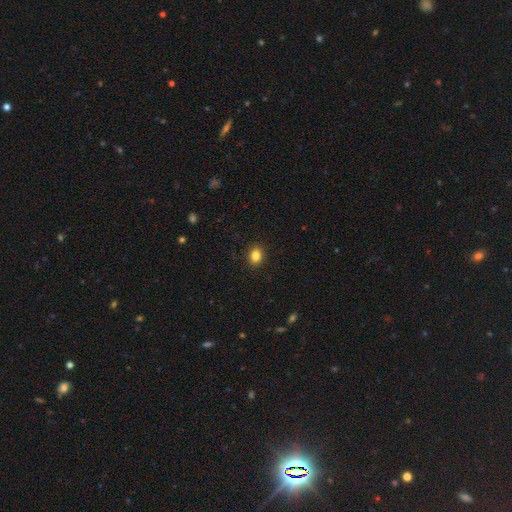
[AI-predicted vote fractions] smooth 85%, star or artifact 10%, featured or disk 5%. Down the decision tree: how rounded — round (57%); merging — none (90%).